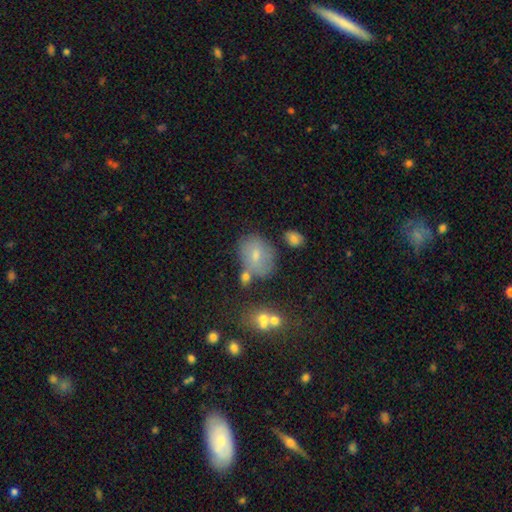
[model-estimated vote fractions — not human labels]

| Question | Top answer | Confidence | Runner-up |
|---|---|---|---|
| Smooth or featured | smooth | 67% | featured or disk (22%) |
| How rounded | in between | 60% | round (39%) |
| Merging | none | 58% | minor disturbance (21%) |